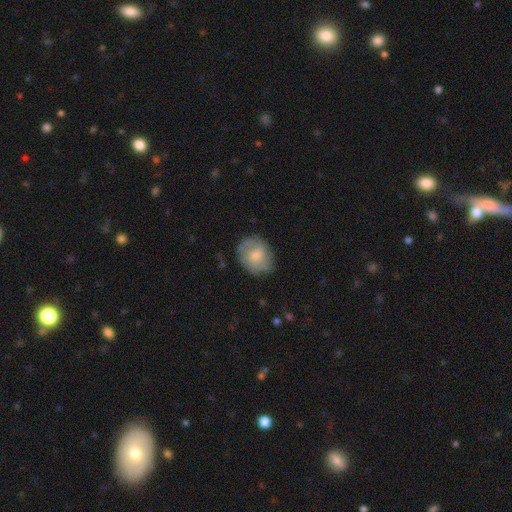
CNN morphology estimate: Smooth or featured: featured or disk — 48% (smooth — 45%)
Merging: none — 71% (minor disturbance — 21%)